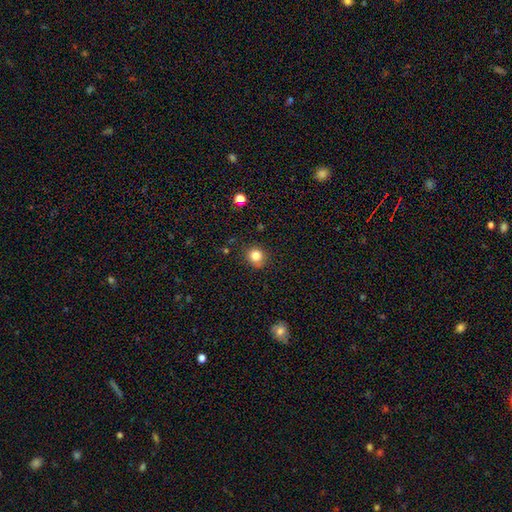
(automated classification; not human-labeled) A smooth galaxy with no disk features (82%) that is round (84%).

Vote fractions:
- Smooth or featured? smooth: 82% / star or artifact: 12% / featured or disk: 6%
- How rounded? round: 84% / in between: 15% / cigar-shaped: 1%
- Merging? none: 84% / minor disturbance: 12% / major disturbance: 3% / merger: 2%